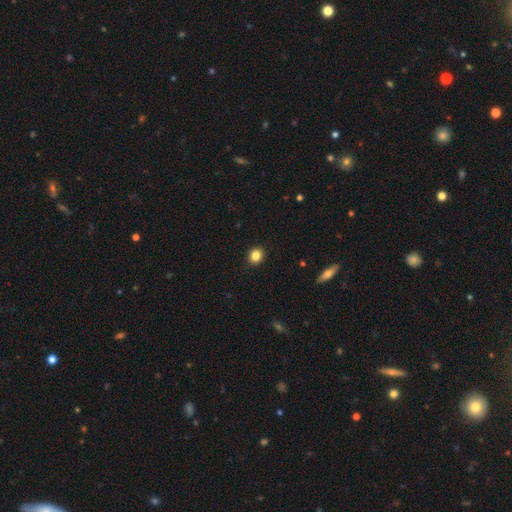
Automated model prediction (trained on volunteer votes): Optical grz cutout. It shows a smooth galaxy with no disk features (85%) that is round (77%). Merging: none (90%).